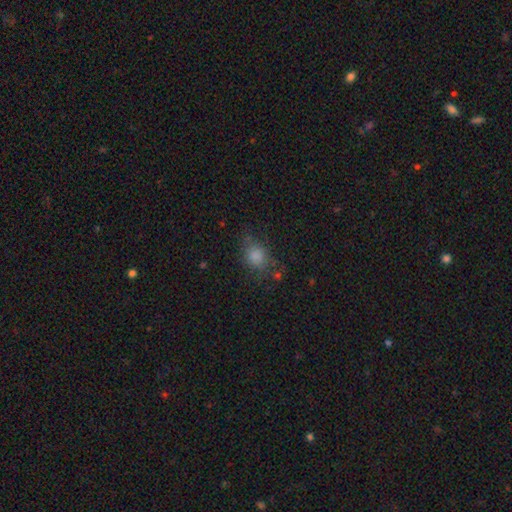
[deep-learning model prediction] Morphology: type=smooth (75%); roundness=round (56%); merging=none (68%).